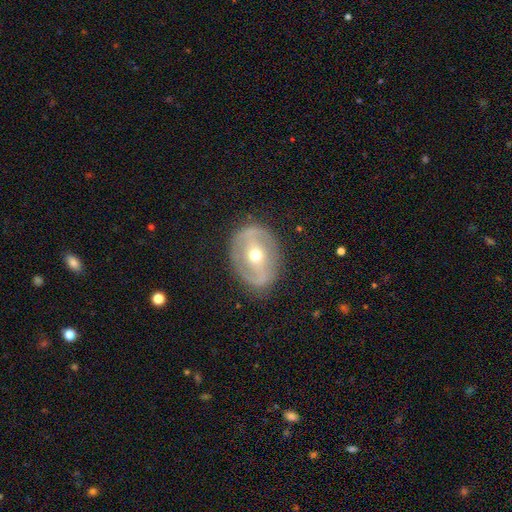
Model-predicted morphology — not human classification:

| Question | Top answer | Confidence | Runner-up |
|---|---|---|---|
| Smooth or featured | featured or disk | 76% | smooth (18%) |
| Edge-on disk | no | 94% | yes (6%) |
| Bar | strong | 42% | weak (32%) |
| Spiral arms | yes | 60% | no (40%) |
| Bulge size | moderate | 61% | small (35%) |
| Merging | none | 81% | minor disturbance (13%) |